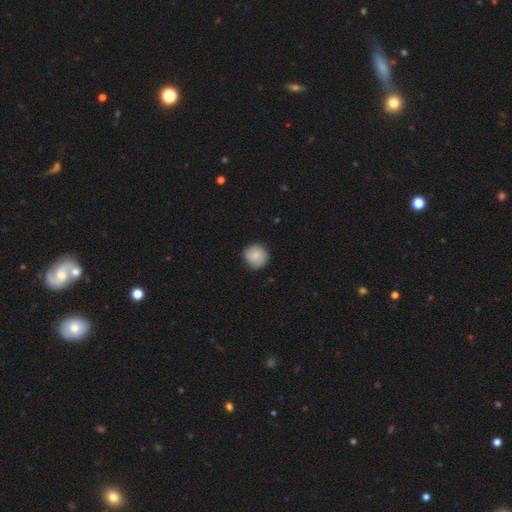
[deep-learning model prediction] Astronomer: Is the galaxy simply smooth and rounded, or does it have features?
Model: smooth — 76%.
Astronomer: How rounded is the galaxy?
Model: round — 92%.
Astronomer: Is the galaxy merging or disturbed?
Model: none — 84%.